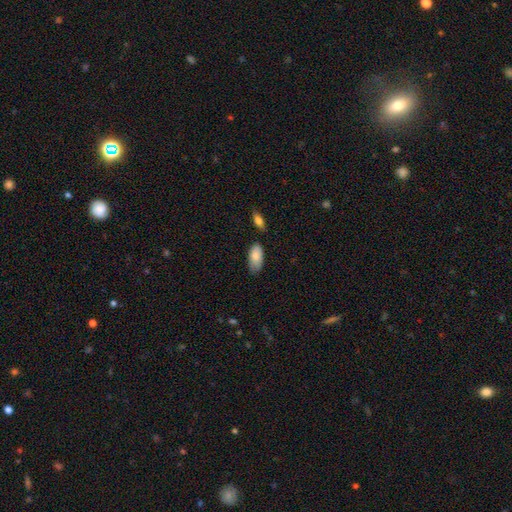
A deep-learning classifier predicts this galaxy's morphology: smooth_or_featured: smooth (p=0.81) [alt: featured or disk p=0.13]
how_rounded: in between (p=0.92) [alt: cigar-shaped p=0.06]
merging: none (p=0.71) [alt: minor disturbance p=0.21]